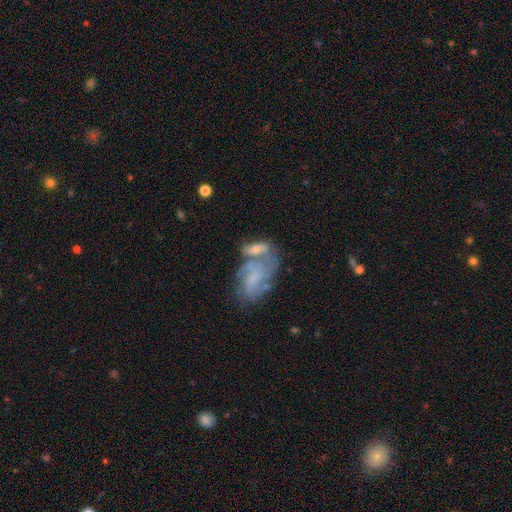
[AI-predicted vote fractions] Q: Smooth or featured?
A: featured or disk (66%); runner-up: smooth (24%)
Q: Edge-on disk?
A: no (96%); runner-up: yes (4%)
Q: Bar?
A: no (65%); runner-up: weak (28%)
Q: Spiral arms?
A: yes (74%); runner-up: no (26%)
Q: Bulge size?
A: none (50%); runner-up: small (30%)
Q: Merging?
A: merger (41%); runner-up: none (29%)